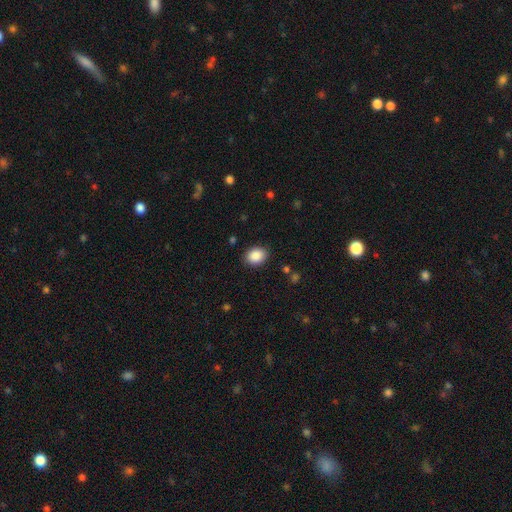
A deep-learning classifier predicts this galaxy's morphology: Q: Smooth or featured?
A: smooth (89%); runner-up: star or artifact (8%)
Q: How rounded?
A: in between (56%); runner-up: round (43%)
Q: Merging?
A: none (87%); runner-up: minor disturbance (9%)